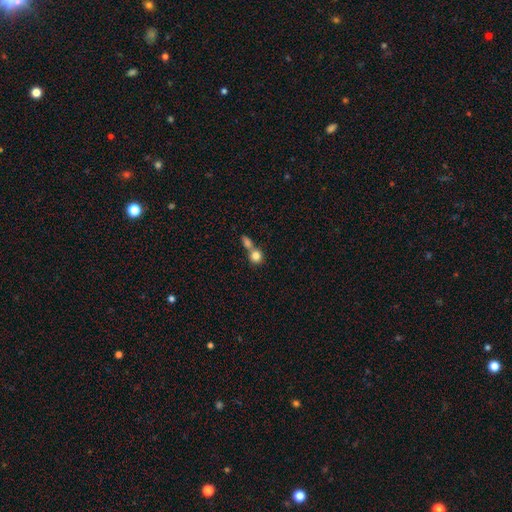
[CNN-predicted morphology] smooth 82%, featured or disk 9%, star or artifact 9%. Down the decision tree: how rounded — round (83%); merging — merger (52%).